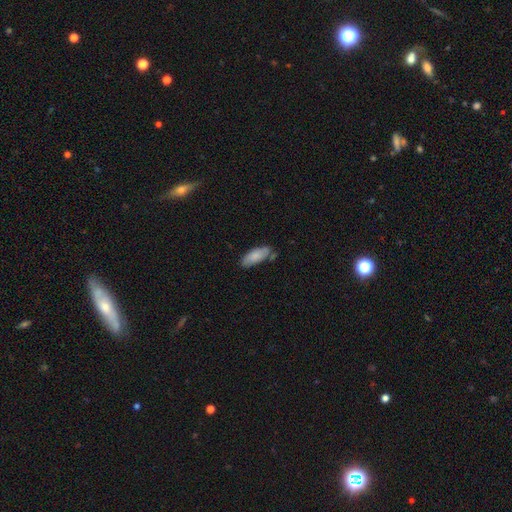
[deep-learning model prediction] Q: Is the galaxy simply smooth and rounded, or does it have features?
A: smooth — 81%.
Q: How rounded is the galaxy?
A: in between — 75%.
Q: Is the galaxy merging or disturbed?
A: none — 67%.